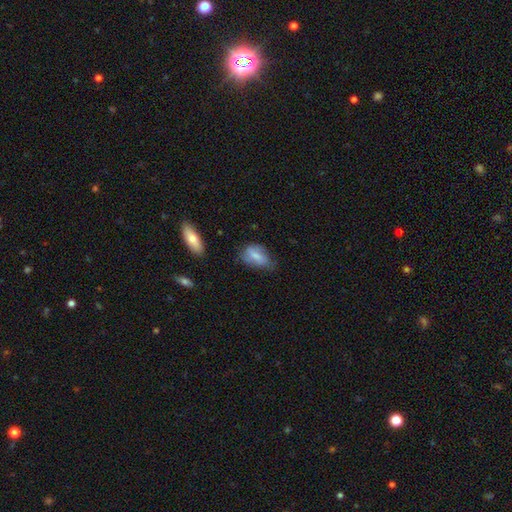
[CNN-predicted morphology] Q: Smooth or featured?
A: smooth (71%); runner-up: featured or disk (21%)
Q: How rounded?
A: in between (86%); runner-up: round (8%)
Q: Merging?
A: none (56%); runner-up: minor disturbance (32%)